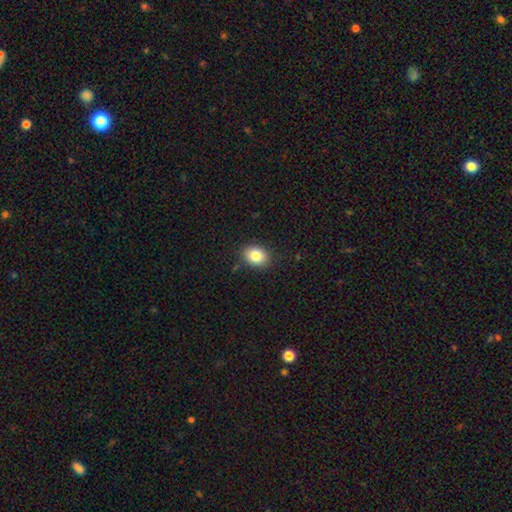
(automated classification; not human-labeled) Smooth or featured? smooth (84%)
How rounded? in between (56%)
Merging? none (87%)